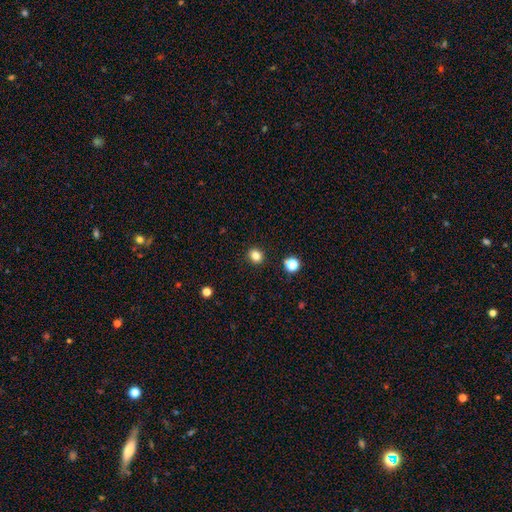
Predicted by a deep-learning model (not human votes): The model was most divided on "how rounded": round: 72%, in between: 27%, cigar-shaped: 1%. More confident: merging — none (90%); smooth or featured — smooth (83%).